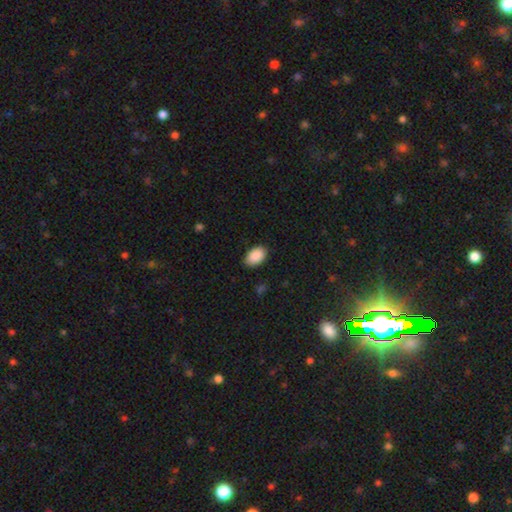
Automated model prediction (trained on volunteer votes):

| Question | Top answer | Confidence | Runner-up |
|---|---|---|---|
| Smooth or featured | smooth | 90% | star or artifact (7%) |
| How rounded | in between | 91% | round (7%) |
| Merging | none | 85% | minor disturbance (12%) |